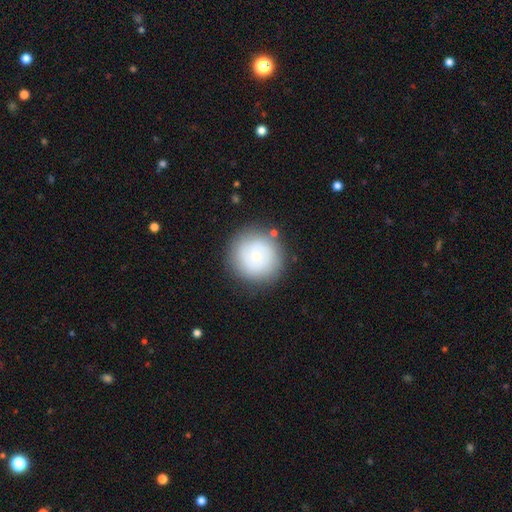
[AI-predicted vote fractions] Smooth or featured? Predicted: smooth (p=0.60). How rounded? Predicted: round (p=0.94). Merging? Predicted: none (p=0.85).